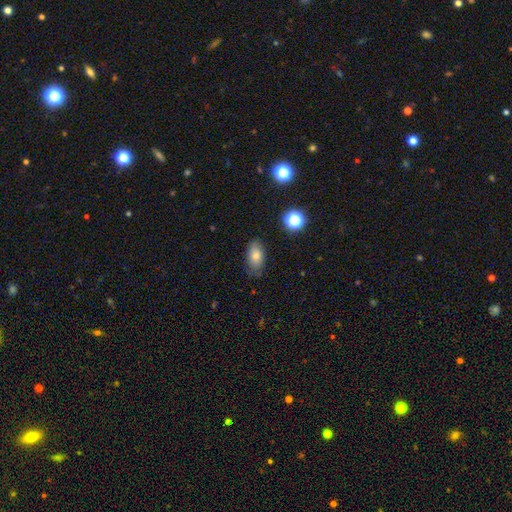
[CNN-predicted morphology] smooth-or-featured: smooth: 74% | featured or disk: 16% | star or artifact: 10%
  how-rounded: in between: 89% | round: 7% | cigar-shaped: 3%
  merging: none: 75% | minor disturbance: 19% | major disturbance: 4% | merger: 2%